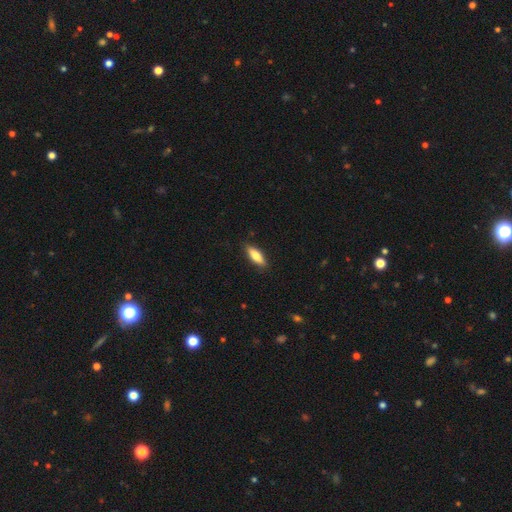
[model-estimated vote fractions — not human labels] This appears to be a smooth galaxy with no disk features (77%) that is in between round and cigar-shaped (57%). Merging: none (87%).